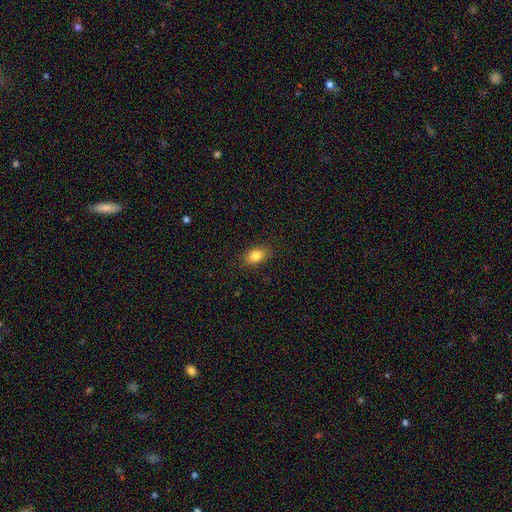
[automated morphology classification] smooth_or_featured: smooth (p=0.83) [alt: star or artifact p=0.09]
how_rounded: in between (p=0.84) [alt: round p=0.14]
merging: none (p=0.86) [alt: minor disturbance p=0.10]